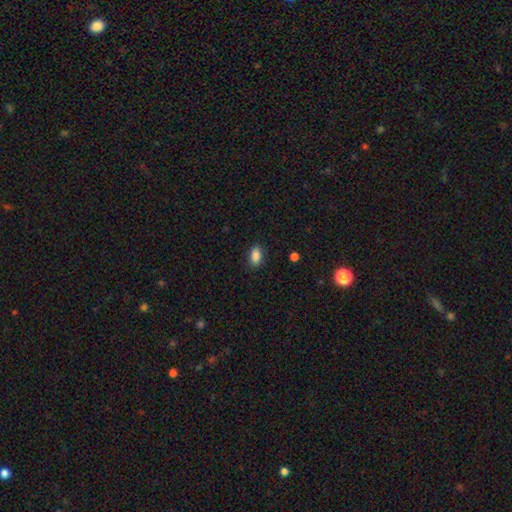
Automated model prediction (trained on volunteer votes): This is clearly a smooth galaxy (87%). How rounded: clearly in between (90%). Merging: clearly none (87%).